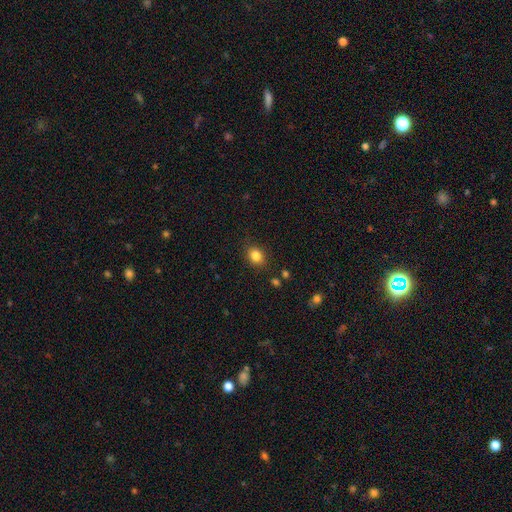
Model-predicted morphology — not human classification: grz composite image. It shows a smooth galaxy with no disk features (84%) that is round (52%). Merging: none (85%).